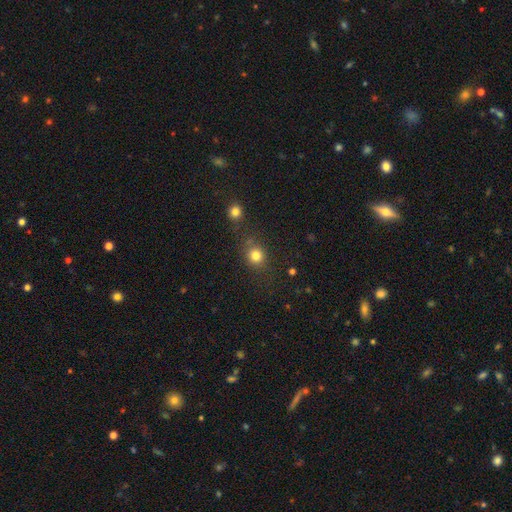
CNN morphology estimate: Smooth or featured: smooth — 81% (star or artifact — 13%)
How rounded: round — 84% (in between — 15%)
Merging: none — 72% (minor disturbance — 12%)